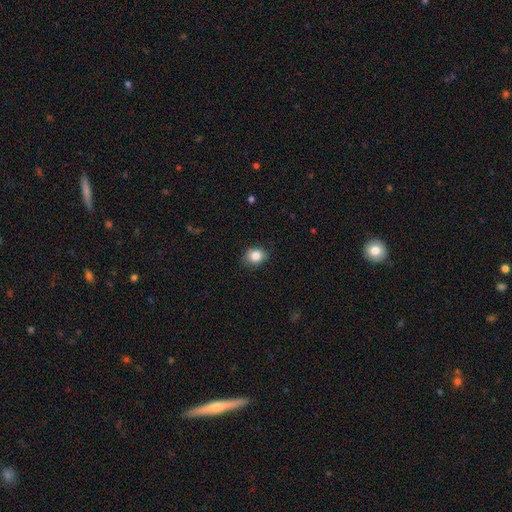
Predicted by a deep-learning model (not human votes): A smooth galaxy with no disk features (85%) that is round (52%).

Vote fractions:
- Smooth or featured? smooth: 85% / star or artifact: 9% / featured or disk: 6%
- How rounded? round: 52% / in between: 47% / cigar-shaped: 1%
- Merging? none: 80% / minor disturbance: 15% / major disturbance: 3% / merger: 1%